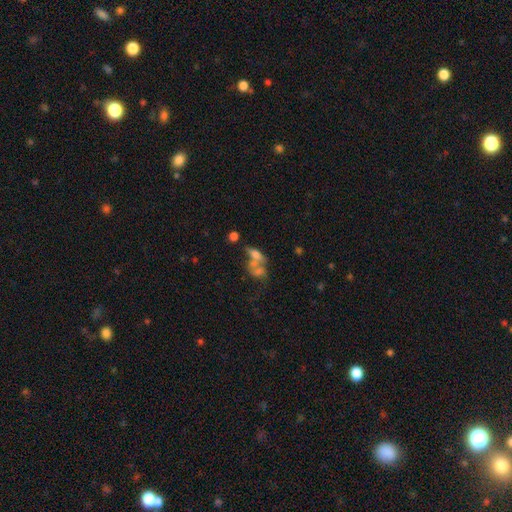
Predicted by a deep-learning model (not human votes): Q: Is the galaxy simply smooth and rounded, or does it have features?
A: smooth — 49%.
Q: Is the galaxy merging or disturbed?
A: merger — 53%.